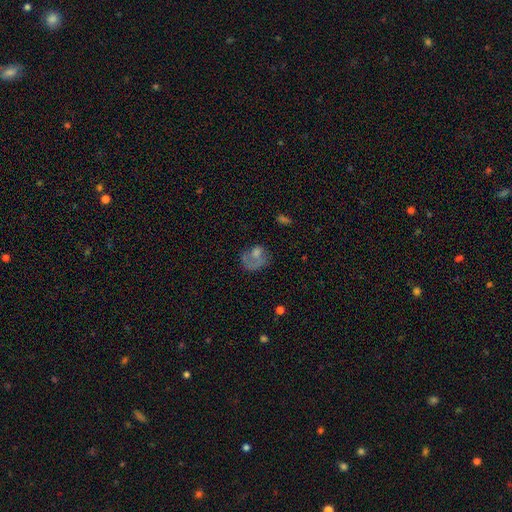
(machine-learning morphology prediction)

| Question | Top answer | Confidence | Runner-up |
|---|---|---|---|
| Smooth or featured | smooth | 56% | featured or disk (32%) |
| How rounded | in between | 54% | round (45%) |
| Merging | major disturbance | 40% | none (31%) |